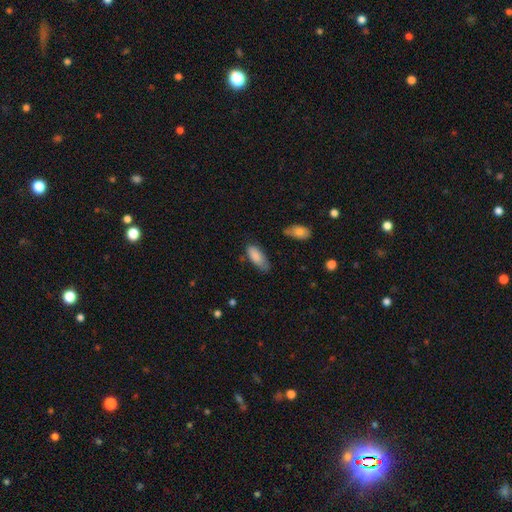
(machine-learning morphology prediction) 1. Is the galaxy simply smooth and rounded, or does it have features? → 85% smooth, 8% featured or disk, 7% star or artifact.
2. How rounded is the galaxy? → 84% in between, 15% cigar-shaped, 2% round.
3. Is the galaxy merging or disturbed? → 57% none, 32% minor disturbance, 8% major disturbance, 3% merger.